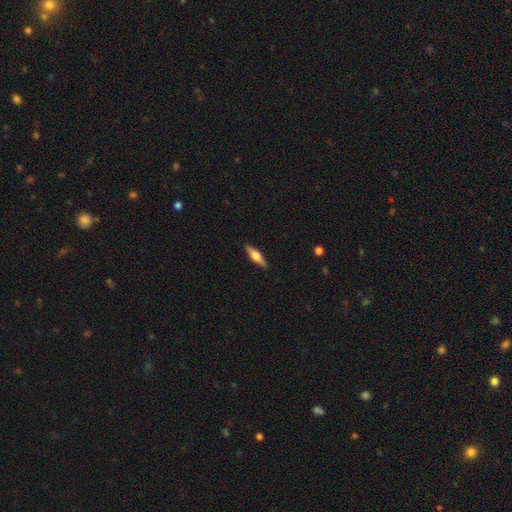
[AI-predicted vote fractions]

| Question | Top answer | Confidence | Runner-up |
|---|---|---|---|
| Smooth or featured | featured or disk | 54% | smooth (40%) |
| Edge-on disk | yes | 95% | no (5%) |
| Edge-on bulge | rounded | 89% | boxy (8%) |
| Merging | none | 89% | minor disturbance (8%) |